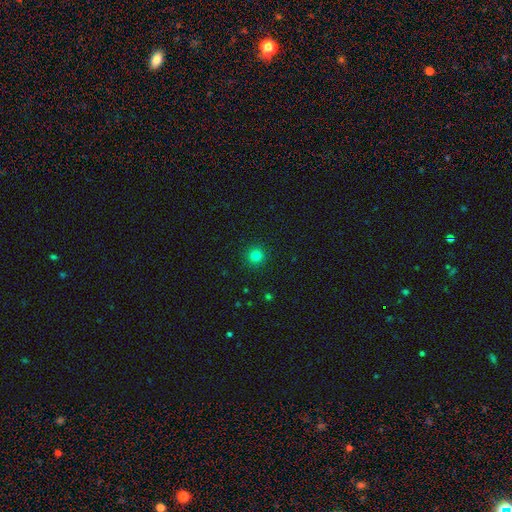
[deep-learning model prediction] This appears to be a smooth galaxy with no disk features (80%) that is round (95%). Merging: none (92%).